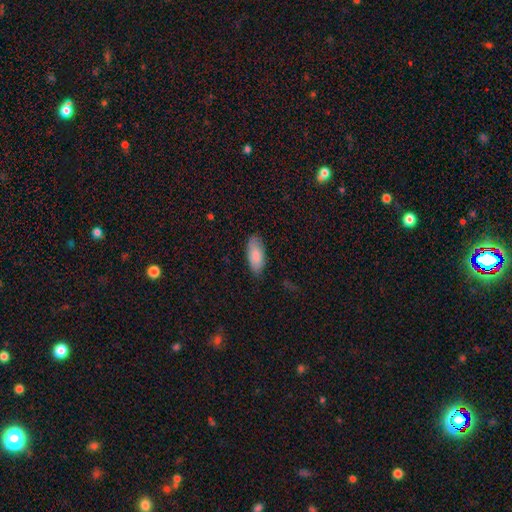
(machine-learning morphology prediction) Overall: smooth (85%). How rounded: in between (87%). Merging: none (82%).